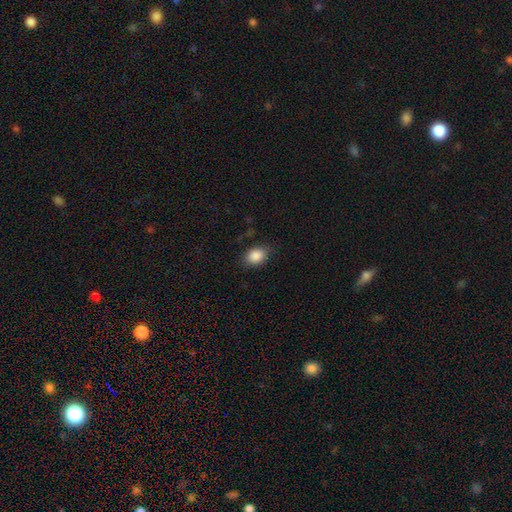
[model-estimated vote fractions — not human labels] Smooth or featured?
  - smooth: 88% *
  - star or artifact: 8%
  - featured or disk: 4%
How rounded?
  - in between: 70% *
  - round: 28%
  - cigar-shaped: 1%
Merging?
  - none: 81% *
  - minor disturbance: 14%
  - major disturbance: 4%
  - merger: 1%